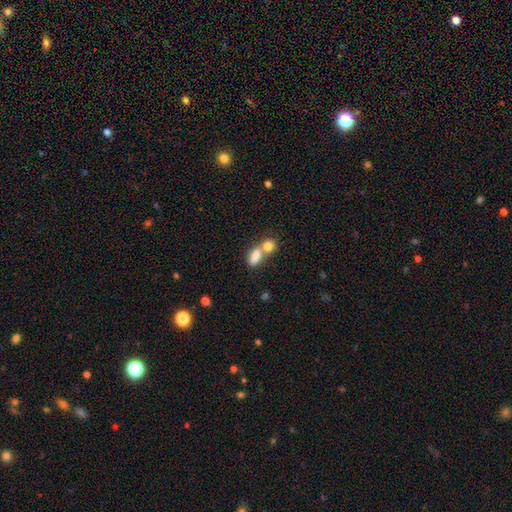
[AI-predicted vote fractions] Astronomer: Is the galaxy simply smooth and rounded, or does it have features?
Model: smooth — 81%.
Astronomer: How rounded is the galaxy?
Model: in between — 79%.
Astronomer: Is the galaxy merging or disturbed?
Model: merger — 62%.